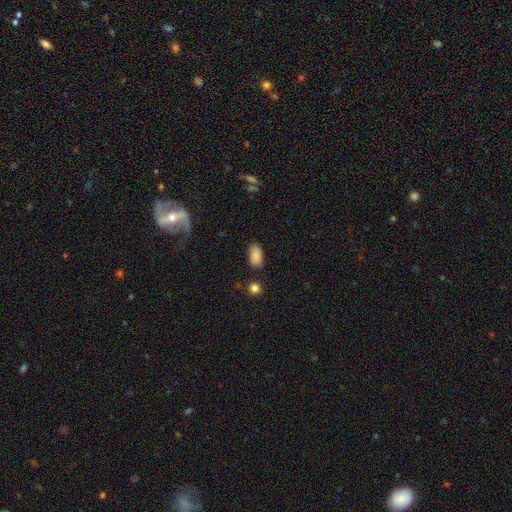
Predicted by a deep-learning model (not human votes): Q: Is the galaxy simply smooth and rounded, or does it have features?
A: smooth — 88%.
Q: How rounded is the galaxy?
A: in between — 93%.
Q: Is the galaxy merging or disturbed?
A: none — 80%.